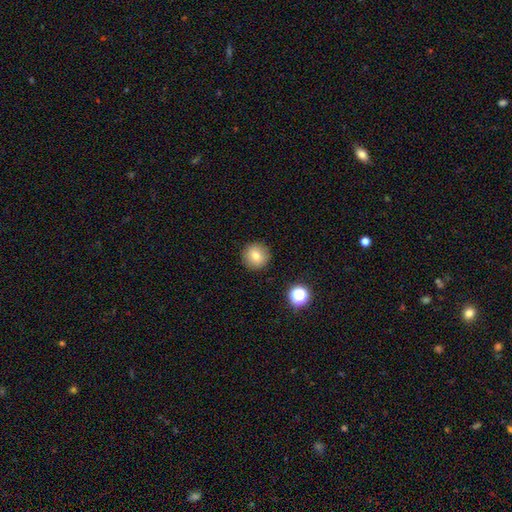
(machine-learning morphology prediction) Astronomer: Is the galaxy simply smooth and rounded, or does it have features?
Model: smooth — 79%.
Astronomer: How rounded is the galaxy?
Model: round — 95%.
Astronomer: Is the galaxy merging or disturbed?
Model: none — 91%.